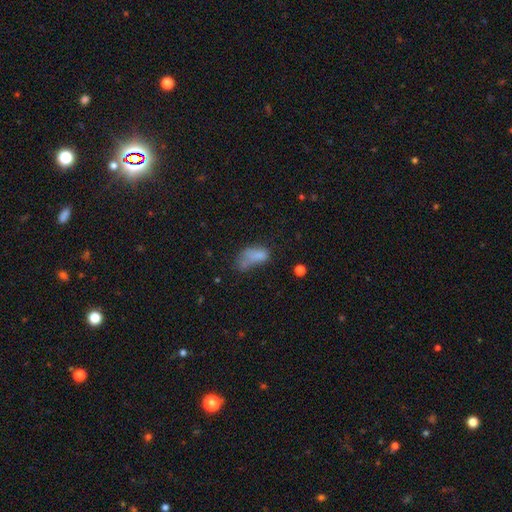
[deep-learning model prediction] smooth-or-featured: smooth: 68% | featured or disk: 19% | star or artifact: 13%
  how-rounded: in between: 88% | round: 7% | cigar-shaped: 5%
  merging: major disturbance: 40% | minor disturbance: 23% | none: 20% | merger: 17%